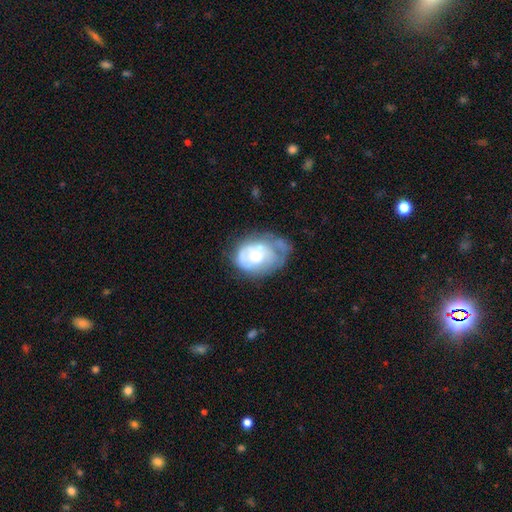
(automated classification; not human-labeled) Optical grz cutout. It shows a featured or disk galaxy (57%) with no bar (82%), no spiral arms (51%) and a moderate central bulge (45%). Merging: none (35%).